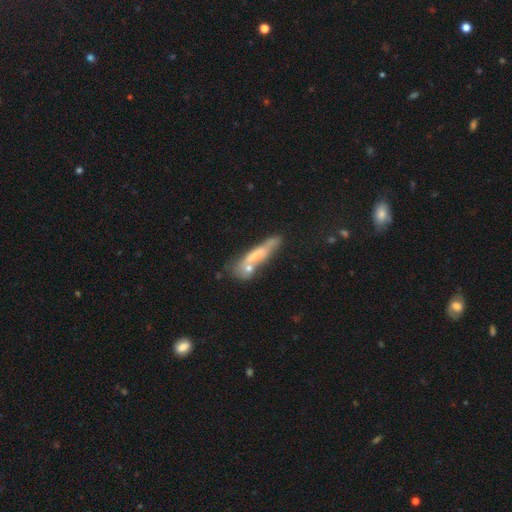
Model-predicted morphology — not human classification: type=smooth (51%); roundness=cigar-shaped (84%); merging=none (48%).